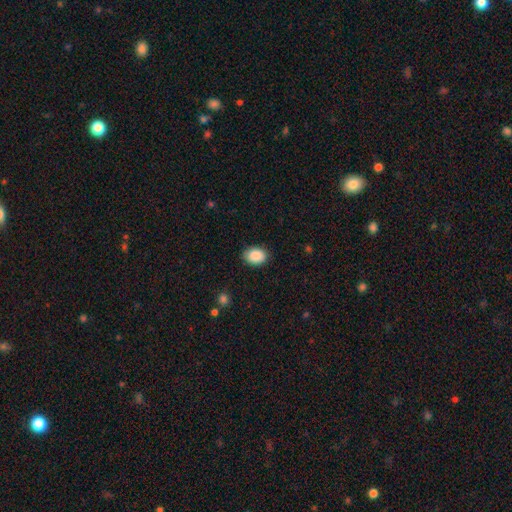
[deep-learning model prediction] Smooth or featured: smooth — 89% (star or artifact — 7%)
How rounded: in between — 71% (round — 28%)
Merging: none — 86% (minor disturbance — 11%)